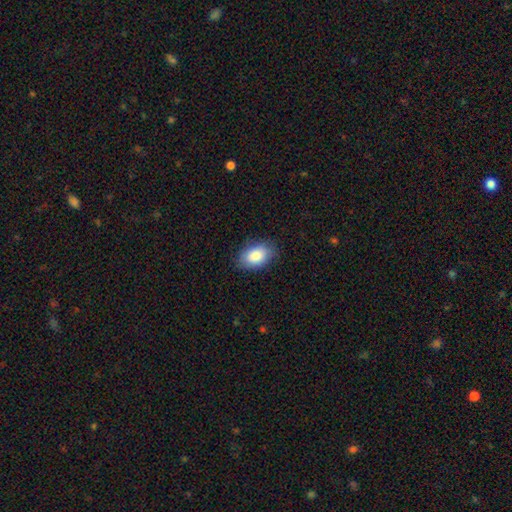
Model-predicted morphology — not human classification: A smooth galaxy with no disk features (86%) that is in between round and cigar-shaped (91%). Merging: none (83%).